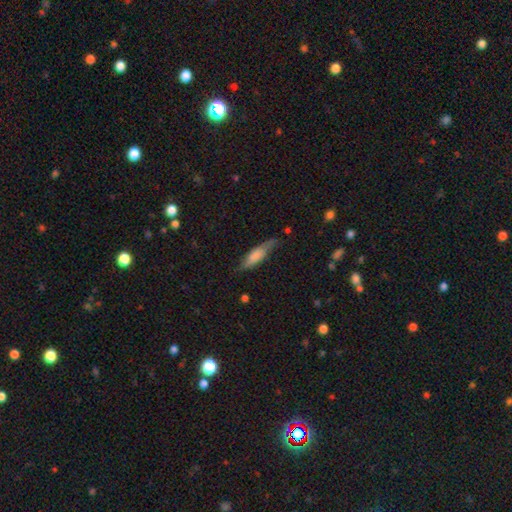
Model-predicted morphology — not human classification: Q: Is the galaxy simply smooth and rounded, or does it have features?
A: smooth — 63%.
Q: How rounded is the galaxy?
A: cigar-shaped — 57%.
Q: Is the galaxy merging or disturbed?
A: none — 58%.